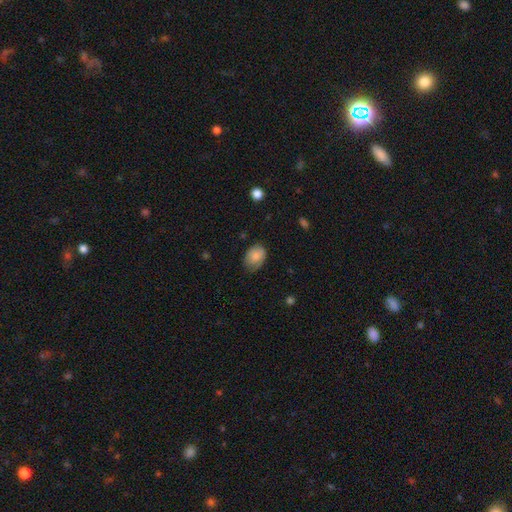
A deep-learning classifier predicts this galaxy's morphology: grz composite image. It shows a smooth galaxy with no disk features (81%) that is in between round and cigar-shaped (79%). Merging: none (62%).